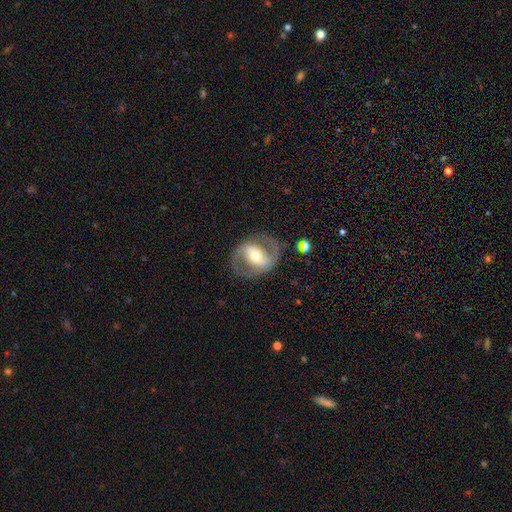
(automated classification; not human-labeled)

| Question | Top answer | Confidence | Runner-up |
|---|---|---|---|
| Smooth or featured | featured or disk | 79% | smooth (15%) |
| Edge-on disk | no | 96% | yes (4%) |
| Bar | weak | 38% | strong (33%) |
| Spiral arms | yes | 82% | no (18%) |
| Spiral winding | medium | 53% | loose (27%) |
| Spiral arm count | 2 | 89% | can't tell (5%) |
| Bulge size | moderate | 69% | large (14%) |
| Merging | none | 79% | minor disturbance (12%) |